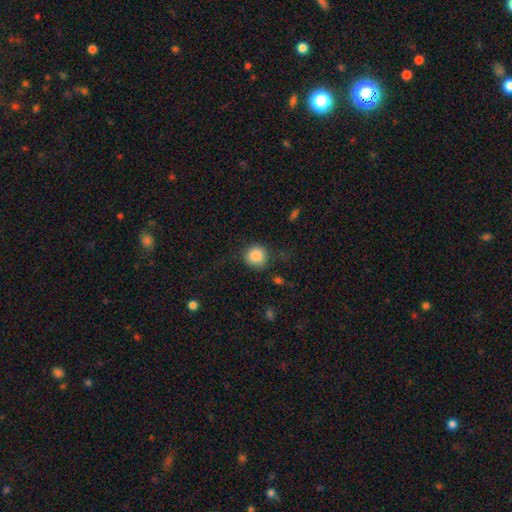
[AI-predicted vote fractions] This is clearly a smooth galaxy (85%). How rounded: clearly round (90%). Merging: likely none (76%).